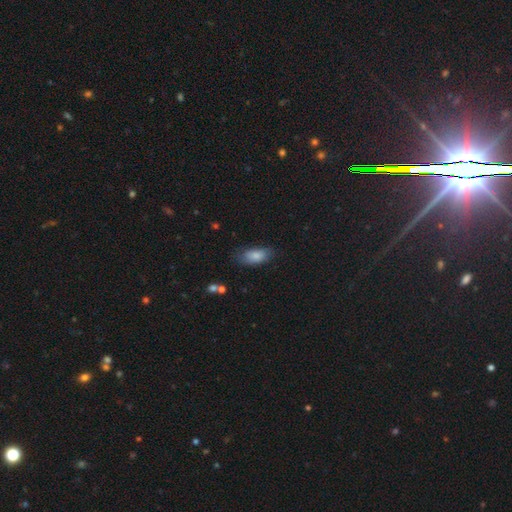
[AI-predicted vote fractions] Morphology: type=smooth (80%); roundness=in between (89%); merging=none (67%).